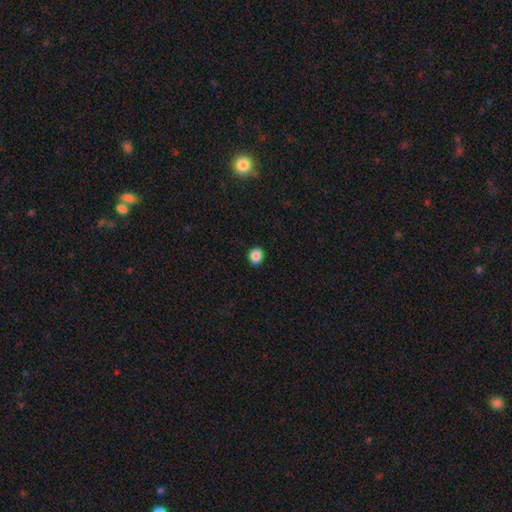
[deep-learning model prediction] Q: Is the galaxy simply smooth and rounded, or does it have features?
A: smooth — 87%.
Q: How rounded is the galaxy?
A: round — 71%.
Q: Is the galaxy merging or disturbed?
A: none — 91%.